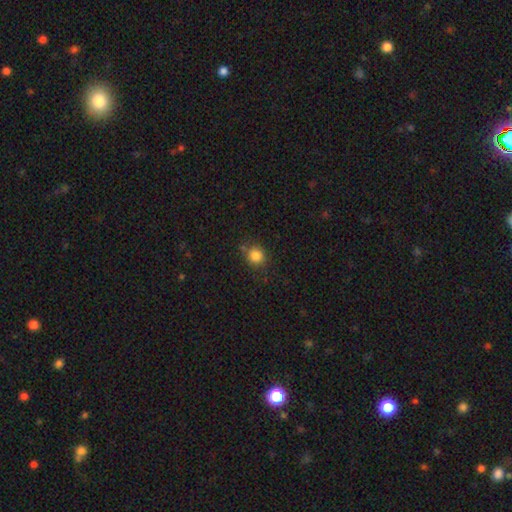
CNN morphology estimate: Smooth or featured? smooth (84%)
How rounded? round (88%)
Merging? none (78%)